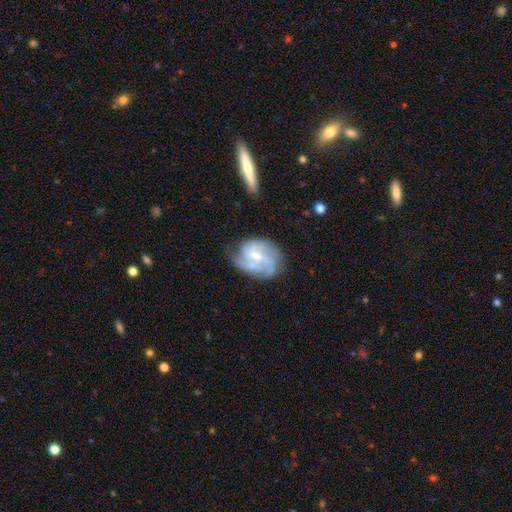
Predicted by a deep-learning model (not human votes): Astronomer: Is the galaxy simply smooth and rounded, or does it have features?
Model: featured or disk — 78%.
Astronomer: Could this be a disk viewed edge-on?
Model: no — 98%.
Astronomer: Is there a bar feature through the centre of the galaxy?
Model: weak — 46% (runner-up: no, 44%).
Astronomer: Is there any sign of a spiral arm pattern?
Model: yes — 90%.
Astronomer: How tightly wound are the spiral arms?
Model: medium — 43% (runner-up: tight, 41%).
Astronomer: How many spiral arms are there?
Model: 3 — 34% (runner-up: can't tell, 26%).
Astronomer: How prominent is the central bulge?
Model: small — 58% (runner-up: moderate, 37%).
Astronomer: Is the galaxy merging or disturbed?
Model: none — 60%.